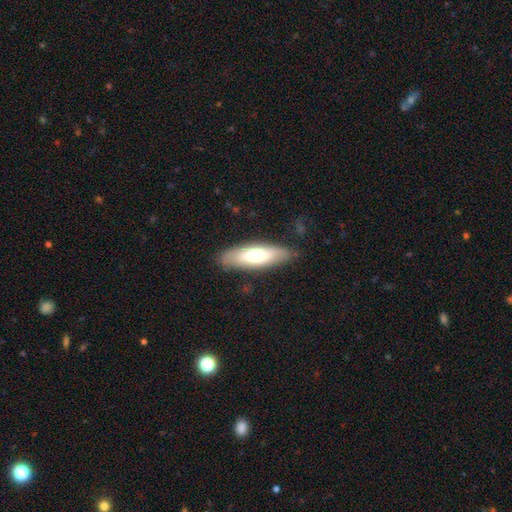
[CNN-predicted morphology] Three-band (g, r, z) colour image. It shows a smooth galaxy with no disk features (65%) that is in between round and cigar-shaped (53%). Merging: none (83%).